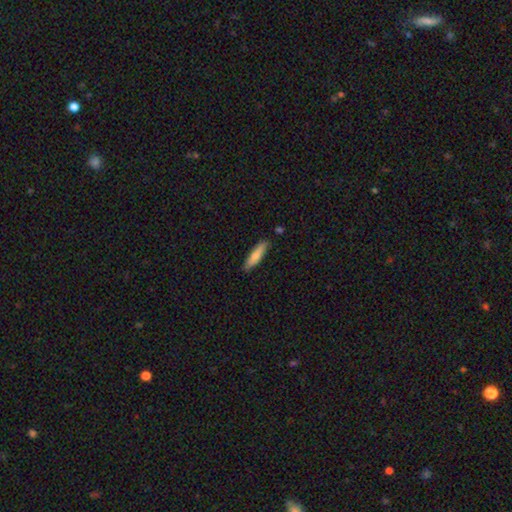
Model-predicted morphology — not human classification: The model was most divided on "how rounded": cigar-shaped: 75%, in between: 24%, round: 2%. More confident: merging — none (85%); smooth or featured — smooth (75%).